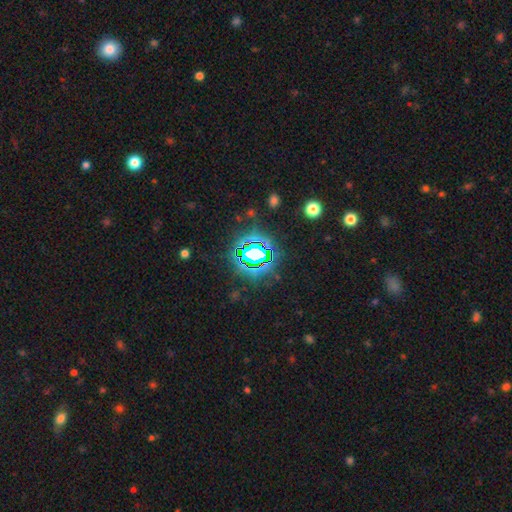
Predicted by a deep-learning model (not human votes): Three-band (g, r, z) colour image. It shows a star or artifact, not a galaxy (74%).